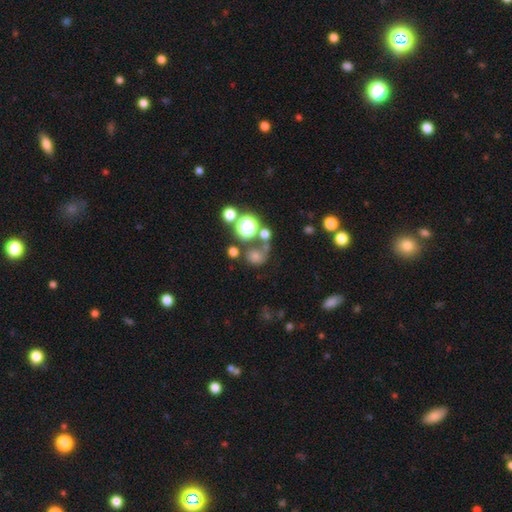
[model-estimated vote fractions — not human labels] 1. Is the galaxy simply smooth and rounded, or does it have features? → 47% smooth, 34% star or artifact, 19% featured or disk.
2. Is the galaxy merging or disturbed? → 51% none, 19% merger, 16% major disturbance, 14% minor disturbance.